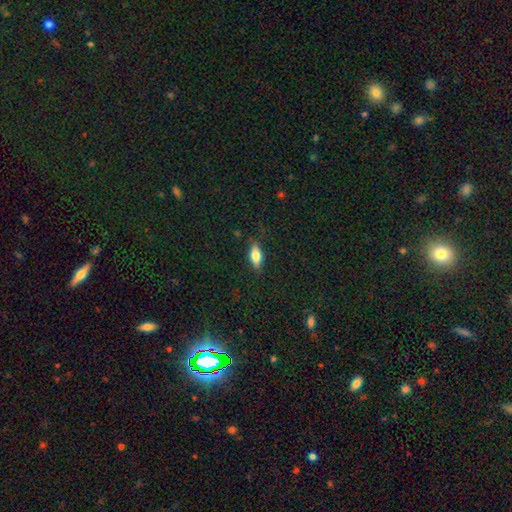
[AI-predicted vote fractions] Smooth or featured? smooth (69%)
How rounded? in between (74%)
Merging? none (83%)